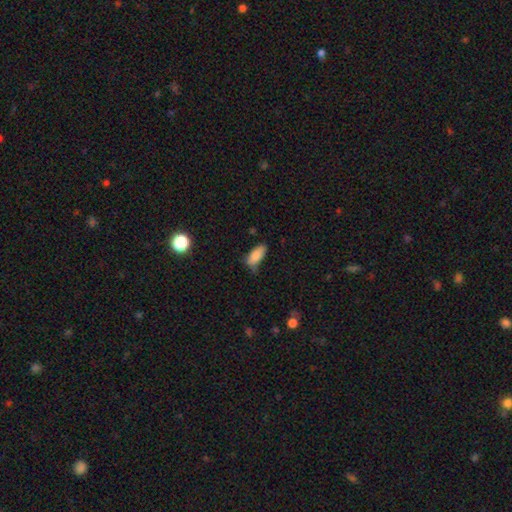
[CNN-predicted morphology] smooth_or_featured: smooth (p=0.85) [alt: star or artifact p=0.09]
how_rounded: in between (p=0.88) [alt: cigar-shaped p=0.10]
merging: none (p=0.49) [alt: minor disturbance p=0.38]